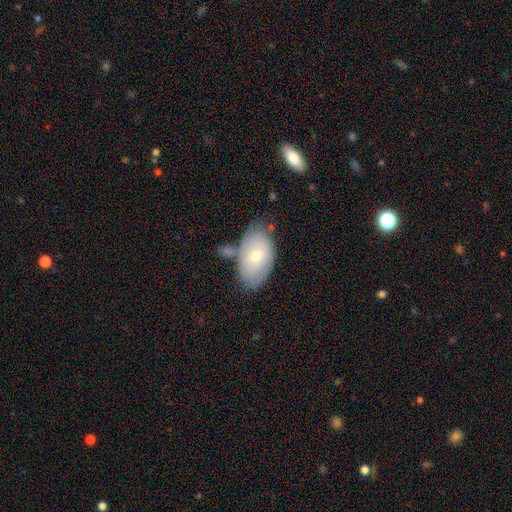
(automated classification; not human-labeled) A smooth galaxy with no disk features (65%) that is in between round and cigar-shaped (91%). Merging: none (63%).